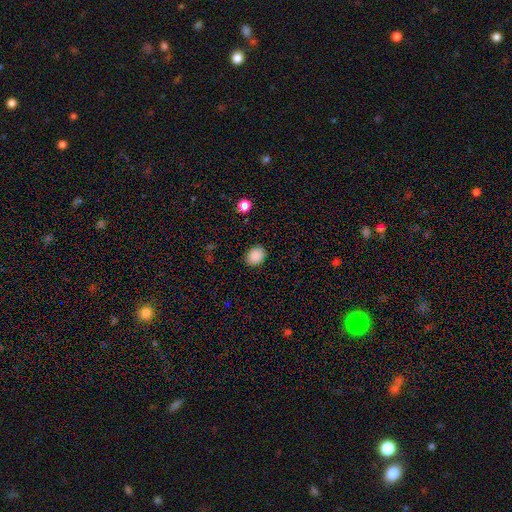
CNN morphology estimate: Q: Smooth or featured?
A: smooth (89%); runner-up: star or artifact (9%)
Q: How rounded?
A: in between (52%); runner-up: round (47%)
Q: Merging?
A: none (89%); runner-up: minor disturbance (8%)